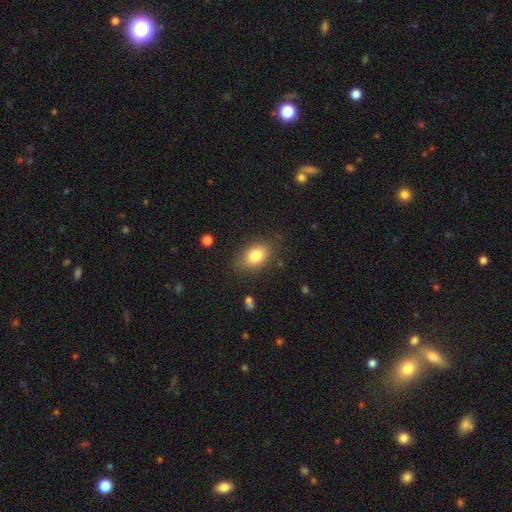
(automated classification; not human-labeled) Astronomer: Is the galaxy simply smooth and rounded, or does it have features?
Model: smooth — 81%.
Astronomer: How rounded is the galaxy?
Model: in between — 84%.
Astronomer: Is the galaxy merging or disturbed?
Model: none — 80%.